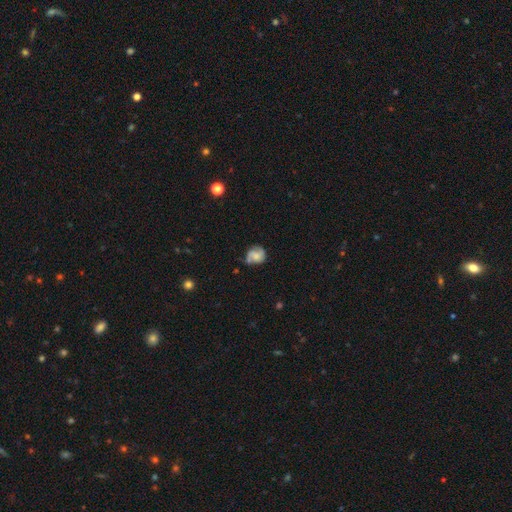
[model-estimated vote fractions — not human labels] smooth_or_featured: featured or disk (p=0.57) [alt: smooth p=0.35]
disk_edge_on: no (p=0.98) [alt: yes p=0.02]
bar: no (p=0.63) [alt: weak p=0.30]
has_spiral_arms: yes (p=0.86) [alt: no p=0.14]
bulge_size: small (p=0.36) [alt: moderate p=0.29]
merging: none (p=0.56) [alt: minor disturbance p=0.26]